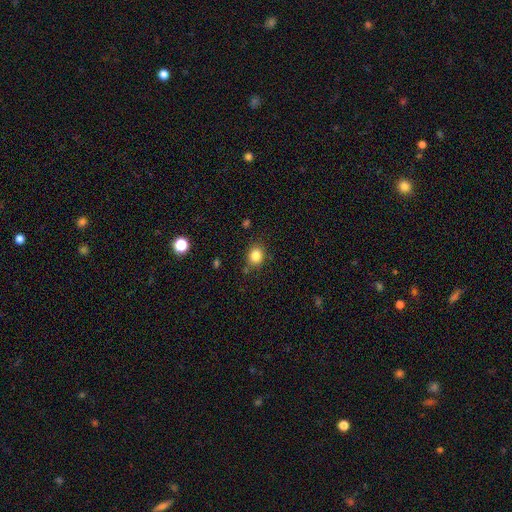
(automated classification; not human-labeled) Morphology: type=smooth (83%); roundness=round (68%); merging=none (82%).